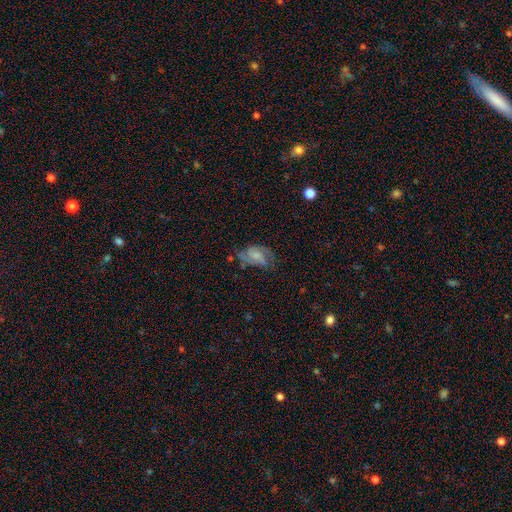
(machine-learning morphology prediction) A featured or disk galaxy (65%) with no bar (50%), 2 (68%) medium (47%) spiral arms (88%) and a small central bulge (38%). Merging: none (50%).